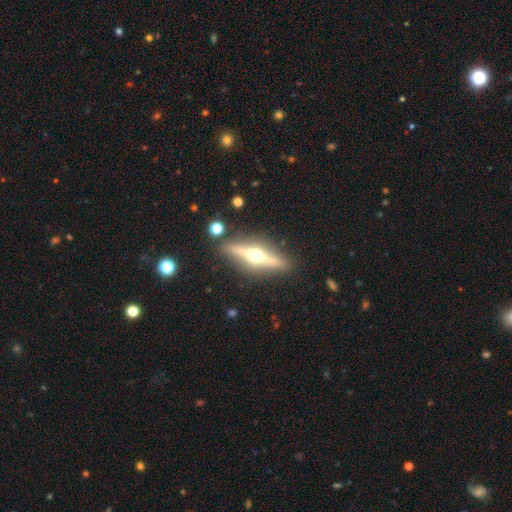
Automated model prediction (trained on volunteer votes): The model was most divided on "smooth or featured": featured or disk: 77%, smooth: 18%, star or artifact: 6%. More confident: edge-on disk — yes (96%); edge-on bulge — rounded (96%); merging — none (88%).